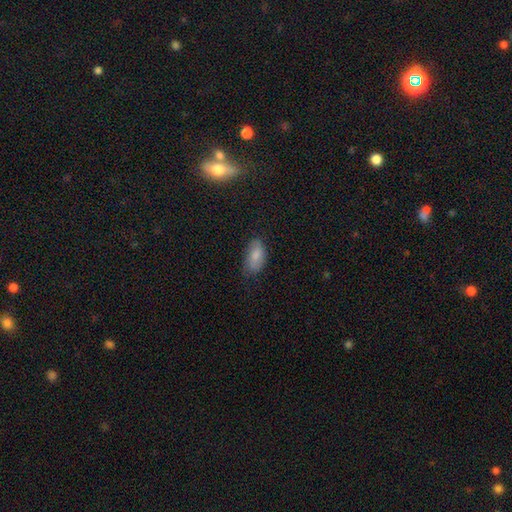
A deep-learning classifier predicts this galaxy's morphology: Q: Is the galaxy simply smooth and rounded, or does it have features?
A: smooth — 82%.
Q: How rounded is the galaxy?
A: in between — 92%.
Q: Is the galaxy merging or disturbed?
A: none — 66%.